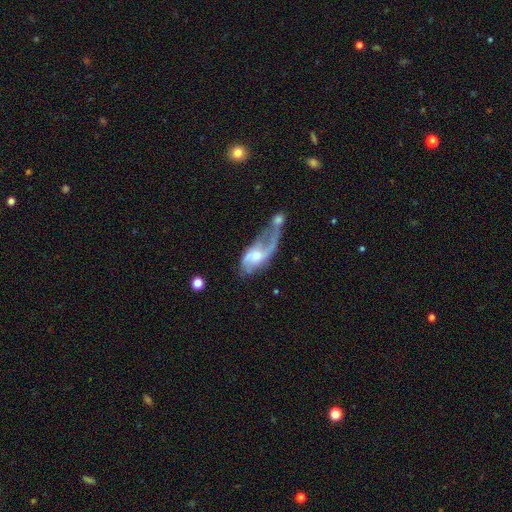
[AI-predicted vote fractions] Q: Smooth or featured?
A: featured or disk (73%); runner-up: smooth (20%)
Q: Edge-on disk?
A: no (92%); runner-up: yes (8%)
Q: Bar?
A: no (57%); runner-up: weak (35%)
Q: Spiral arms?
A: yes (80%); runner-up: no (20%)
Q: Spiral winding?
A: loose (66%); runner-up: medium (26%)
Q: Spiral arm count?
A: 2 (56%); runner-up: 1 (29%)
Q: Bulge size?
A: moderate (46%); runner-up: small (40%)
Q: Merging?
A: major disturbance (34%); runner-up: merger (33%)